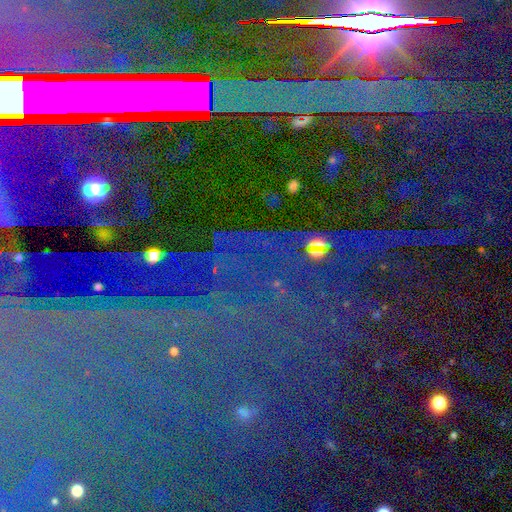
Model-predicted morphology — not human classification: This appears to be a star or artifact, not a galaxy (84%).